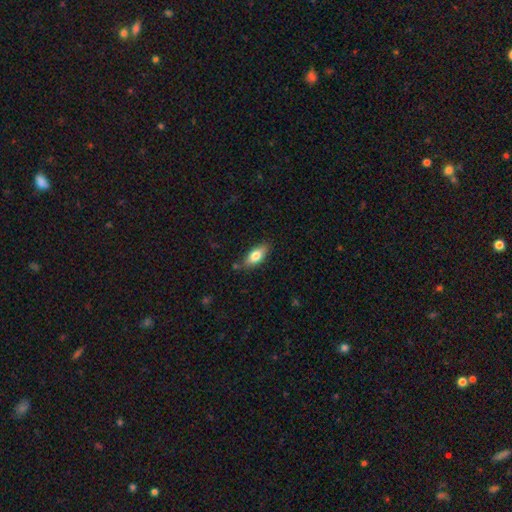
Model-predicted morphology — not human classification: This is likely a smooth galaxy (78%). How rounded: clearly in between (82%). Merging: clearly none (81%).